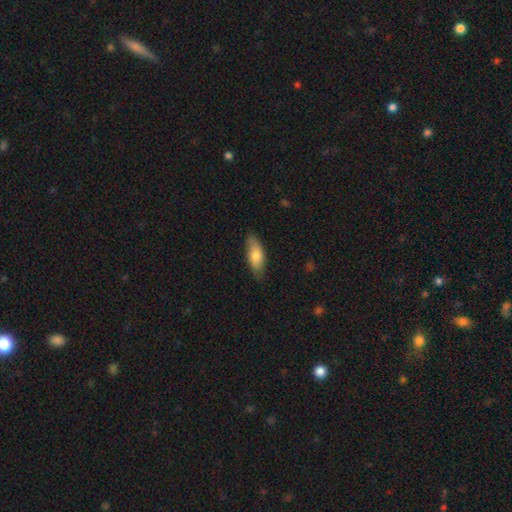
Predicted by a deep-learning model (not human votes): Smooth or featured?
  - smooth: 78% *
  - featured or disk: 16%
  - star or artifact: 6%
How rounded?
  - in between: 77% *
  - cigar-shaped: 21%
  - round: 2%
Merging?
  - none: 78% *
  - minor disturbance: 18%
  - major disturbance: 3%
  - merger: 1%